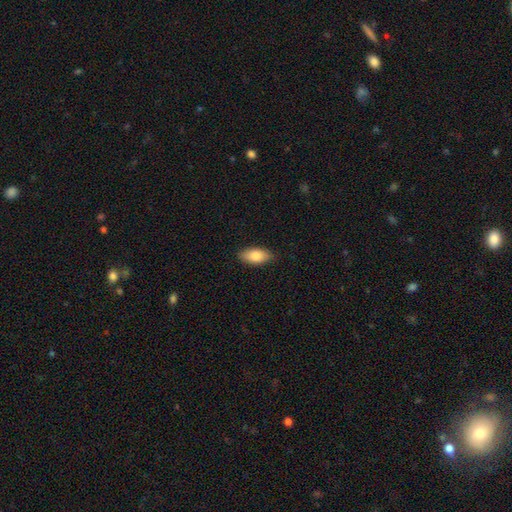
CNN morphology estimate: A smooth galaxy with no disk features (82%) that is in between round and cigar-shaped (90%).

Vote fractions:
- Smooth or featured? smooth: 82% / featured or disk: 12% / star or artifact: 6%
- How rounded? in between: 90% / cigar-shaped: 7% / round: 3%
- Merging? none: 87% / minor disturbance: 10% / major disturbance: 2% / merger: 1%